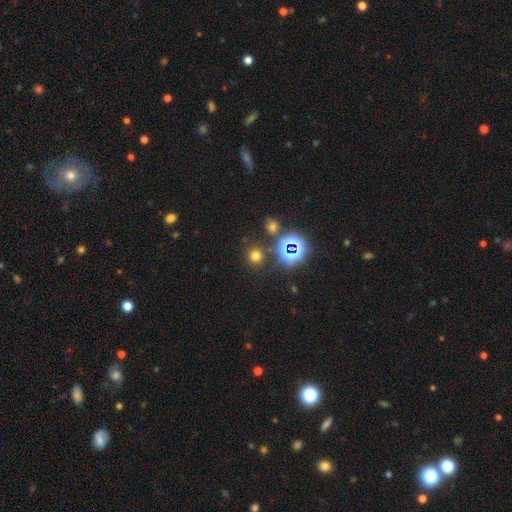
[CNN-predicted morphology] type=smooth (65%); roundness=round (90%); merging=none (84%).